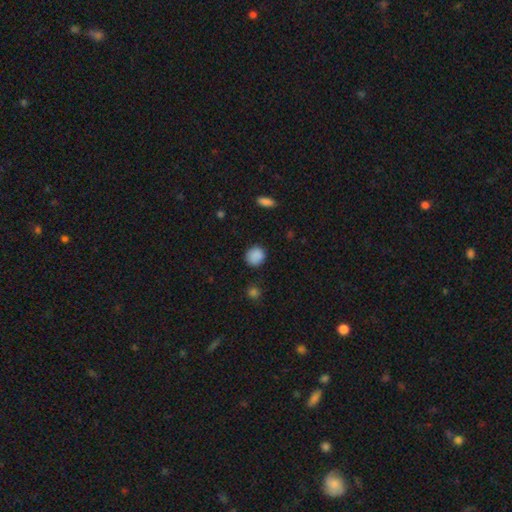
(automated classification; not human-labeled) Smooth or featured? smooth (88%)
How rounded? round (84%)
Merging? none (84%)